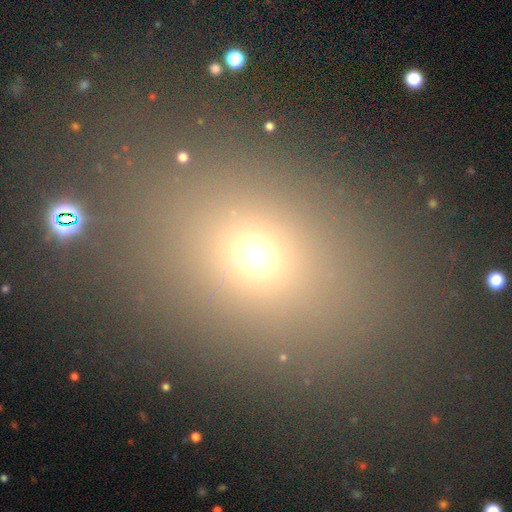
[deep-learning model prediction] Morphology: type=smooth (66%); roundness=in between (58%); merging=none (75%).